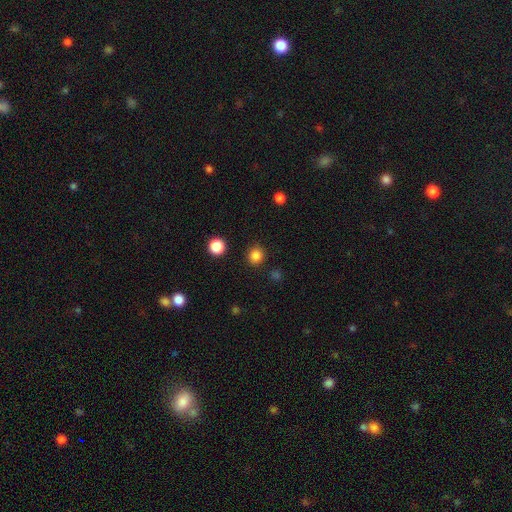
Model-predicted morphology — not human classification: smooth_or_featured: smooth (p=0.83) [alt: star or artifact p=0.13]
how_rounded: round (p=0.90) [alt: in between p=0.09]
merging: none (p=0.90) [alt: minor disturbance p=0.06]